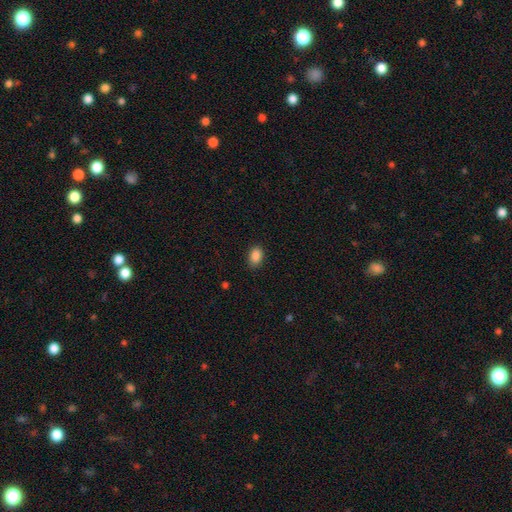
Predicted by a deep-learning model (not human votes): A smooth galaxy with no disk features (88%) that is in between round and cigar-shaped (79%). Merging: none (85%).